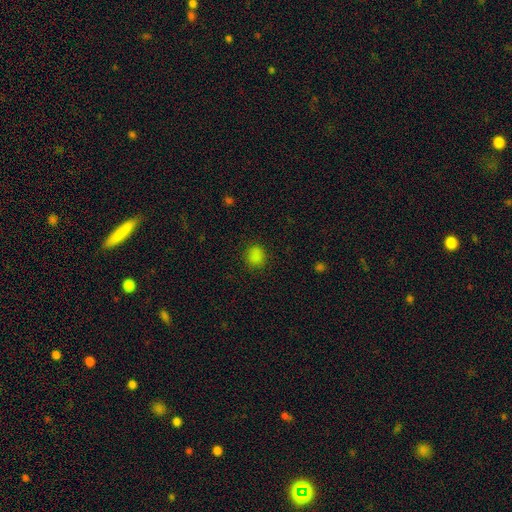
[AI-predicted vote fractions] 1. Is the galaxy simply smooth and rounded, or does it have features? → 82% smooth, 15% star or artifact, 3% featured or disk.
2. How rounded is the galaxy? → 78% round, 21% in between, 1% cigar-shaped.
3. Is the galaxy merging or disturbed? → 85% none, 10% minor disturbance, 3% major disturbance, 1% merger.